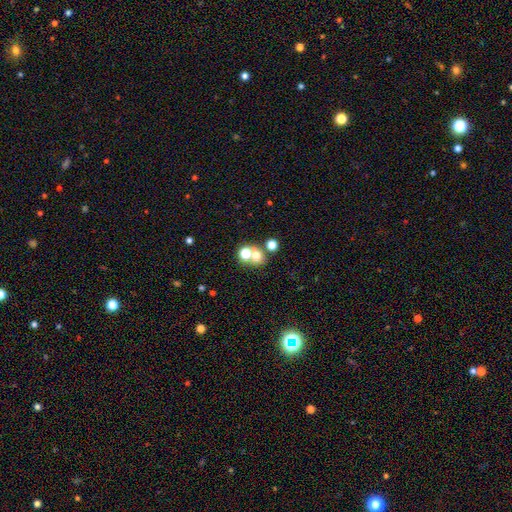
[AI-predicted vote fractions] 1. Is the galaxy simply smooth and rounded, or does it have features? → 64% smooth, 22% star or artifact, 14% featured or disk.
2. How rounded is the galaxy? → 78% round, 21% in between, 1% cigar-shaped.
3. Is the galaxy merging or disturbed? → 47% none, 43% merger, 6% minor disturbance, 4% major disturbance.